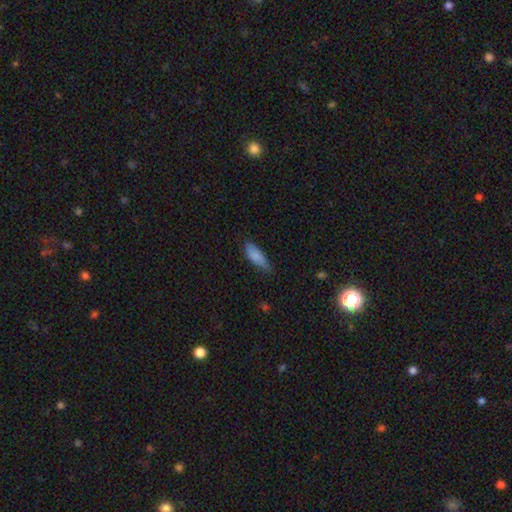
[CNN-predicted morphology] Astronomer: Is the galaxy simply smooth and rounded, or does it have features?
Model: smooth — 83%.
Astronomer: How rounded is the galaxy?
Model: in between — 72%.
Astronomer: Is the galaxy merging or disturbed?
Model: none — 59%.